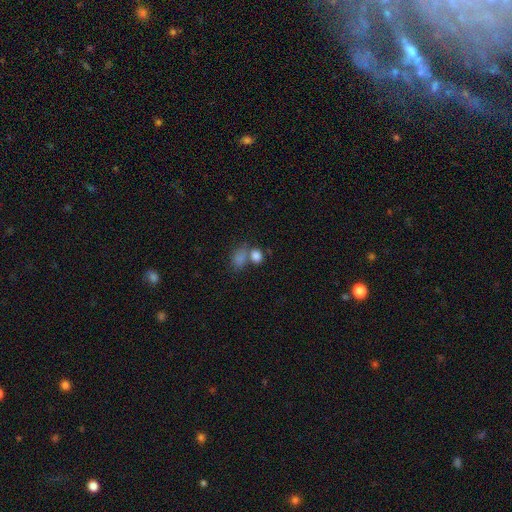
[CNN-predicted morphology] smooth-or-featured: smooth: 82% | star or artifact: 12% | featured or disk: 7%
  how-rounded: round: 49% (tied) | in between: 49% (tied) | cigar-shaped: 2%
  merging: none: 45% | merger: 38% | minor disturbance: 11% | major disturbance: 6%